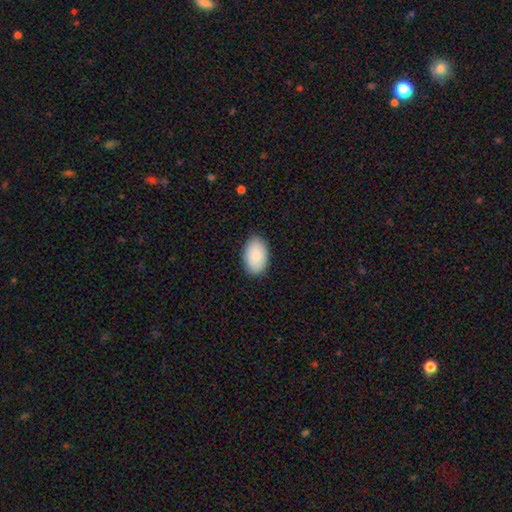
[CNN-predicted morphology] The model was most divided on "merging": none: 88%, minor disturbance: 9%, major disturbance: 2%, merger: 1%. More confident: how rounded — in between (93%); smooth or featured — smooth (87%).